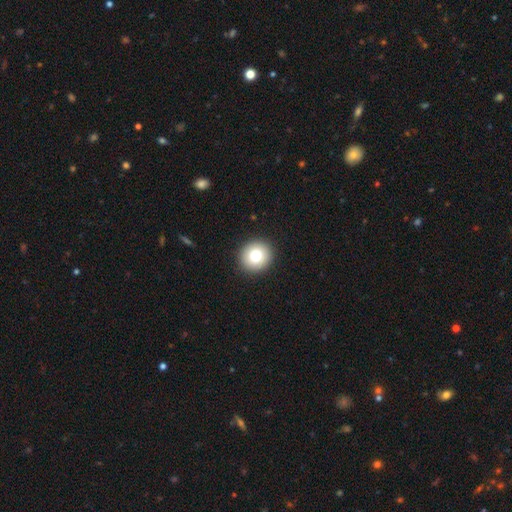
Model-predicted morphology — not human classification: smooth-or-featured: smooth: 79% | featured or disk: 11% | star or artifact: 10%
  how-rounded: round: 90% | in between: 9% | cigar-shaped: 1%
  merging: none: 92% | minor disturbance: 5% | major disturbance: 2% | merger: 1%